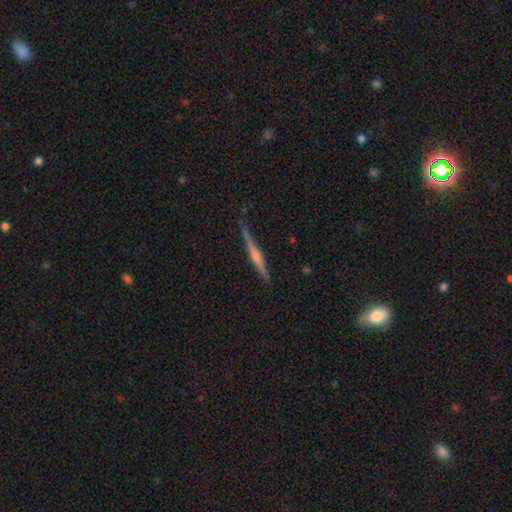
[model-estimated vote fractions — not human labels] smooth-or-featured: featured or disk: 70% | smooth: 24% | star or artifact: 6%
  disk-edge-on: yes: 98% | no: 2%
    edge-on-bulge: rounded: 68% | none: 19% | boxy: 13%
  merging: none: 86% | minor disturbance: 11% | major disturbance: 2% | merger: 1%